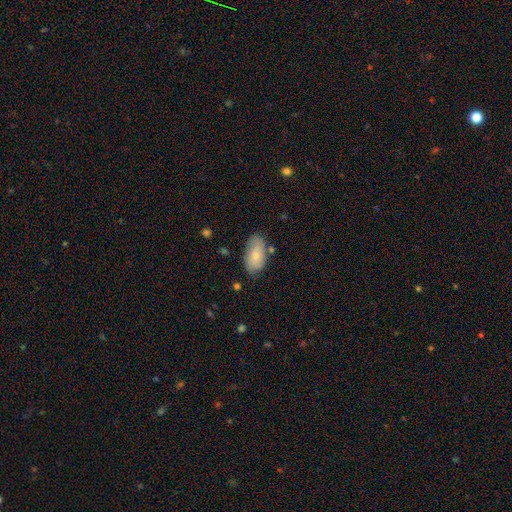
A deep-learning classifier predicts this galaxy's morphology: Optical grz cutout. It shows a smooth galaxy with no disk features (76%) that is in between round and cigar-shaped (94%). Merging: none (72%).